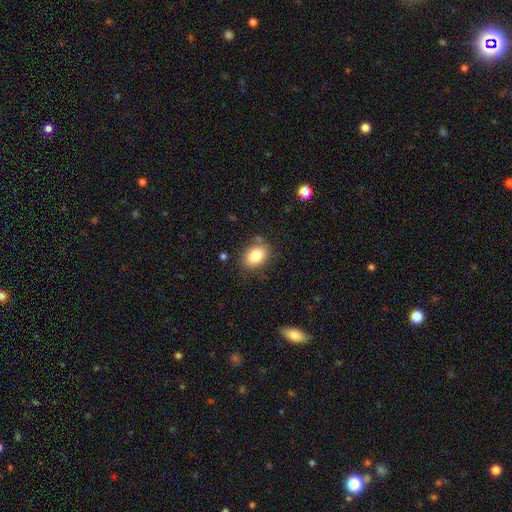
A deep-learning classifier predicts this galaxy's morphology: Q: Smooth or featured?
A: smooth (83%); runner-up: featured or disk (9%)
Q: How rounded?
A: in between (76%); runner-up: round (23%)
Q: Merging?
A: none (81%); runner-up: minor disturbance (12%)